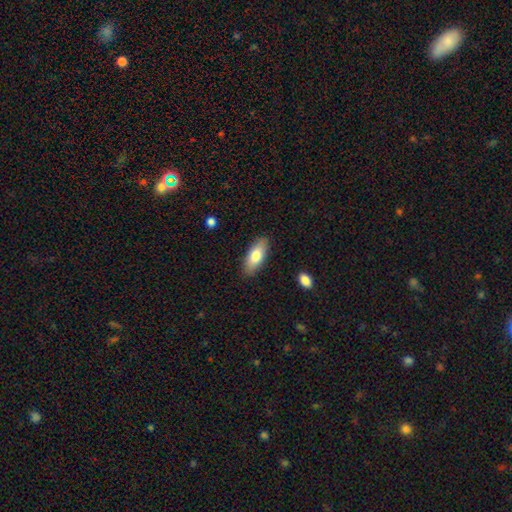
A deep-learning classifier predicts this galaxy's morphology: This appears to be a smooth galaxy with no disk features (77%) that is in between round and cigar-shaped (78%). Merging: none (88%).